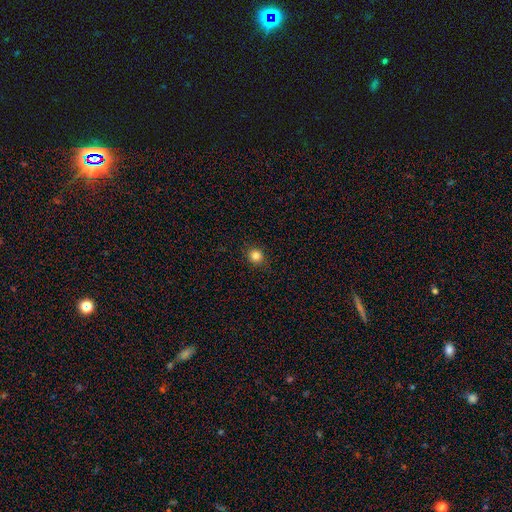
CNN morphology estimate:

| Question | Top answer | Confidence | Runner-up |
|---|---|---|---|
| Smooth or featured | smooth | 83% | star or artifact (12%) |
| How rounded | round | 85% | in between (14%) |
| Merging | none | 90% | minor disturbance (7%) |